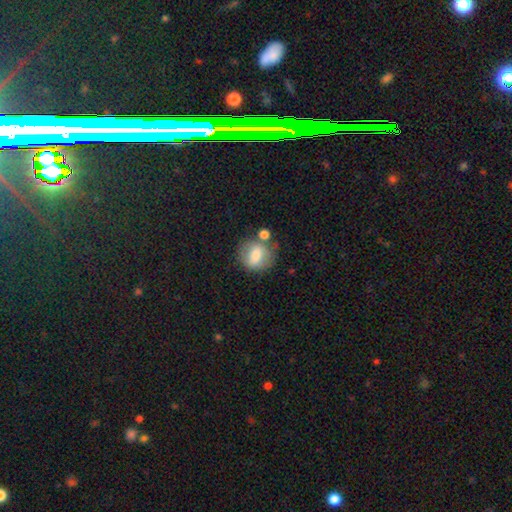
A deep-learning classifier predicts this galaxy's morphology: A smooth galaxy with no disk features (72%) that is round (70%). Merging: none (56%).